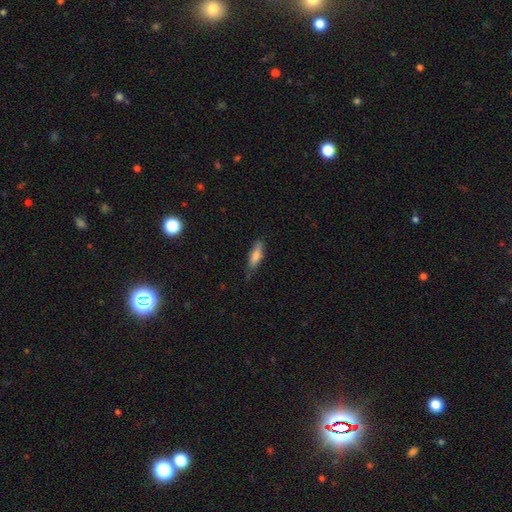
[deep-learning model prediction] Smooth or featured: smooth — 72% (featured or disk — 21%)
How rounded: cigar-shaped — 65% (in between — 33%)
Merging: none — 67% (minor disturbance — 26%)